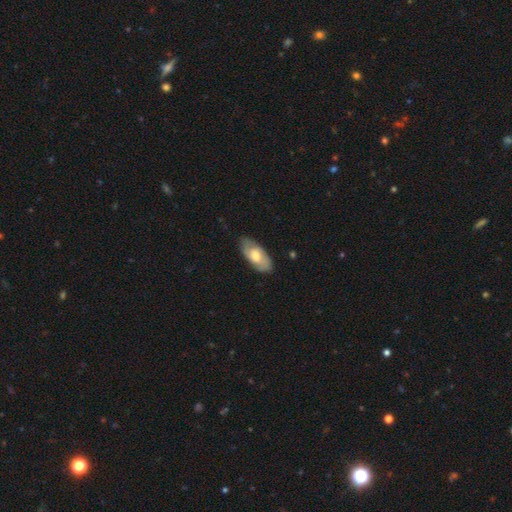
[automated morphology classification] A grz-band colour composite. It shows a smooth galaxy with no disk features (52%) that is in between round and cigar-shaped (88%). Merging: none (80%).